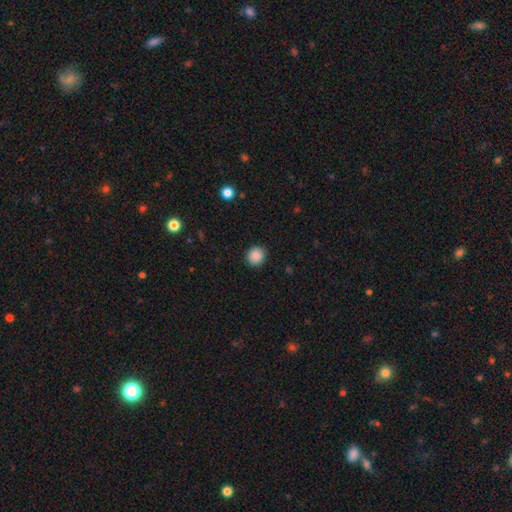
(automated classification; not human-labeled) smooth-or-featured: smooth: 88% | star or artifact: 9% | featured or disk: 3%
  how-rounded: round: 89% | in between: 10% | cigar-shaped: 1%
  merging: none: 91% | minor disturbance: 6% | major disturbance: 2% | merger: 1%